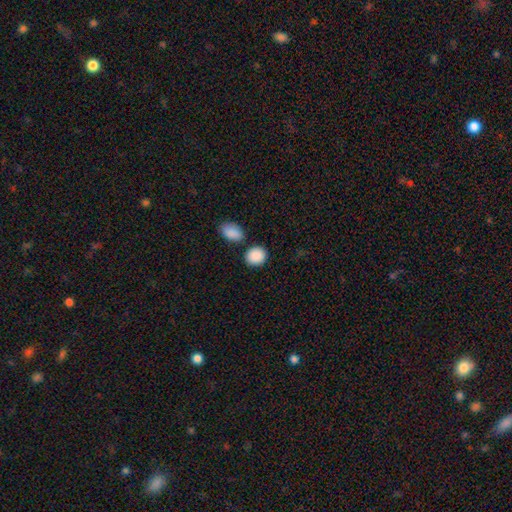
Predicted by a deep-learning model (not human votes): Overall: smooth (89%). How rounded: round (69%; in between 29%). Merging: none (78%).